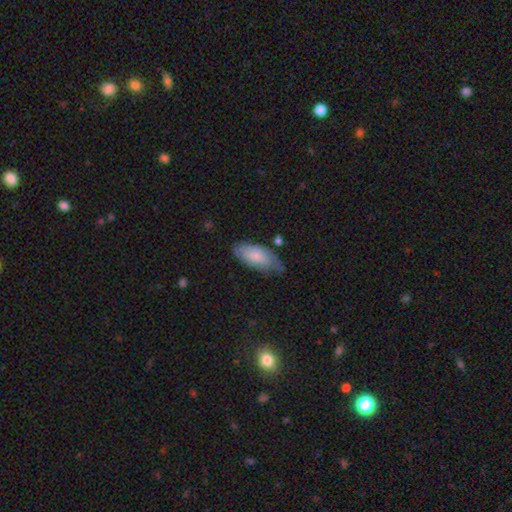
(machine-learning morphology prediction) Overall: smooth (65%; featured or disk 29%). How rounded: in between (87%). Merging: none (59%; minor disturbance 31%).